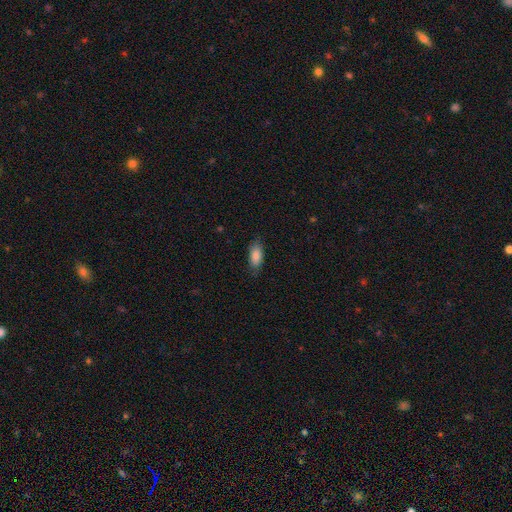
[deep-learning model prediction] This appears to be a smooth galaxy with no disk features (84%) that is in between round and cigar-shaped (86%). Merging: none (80%).